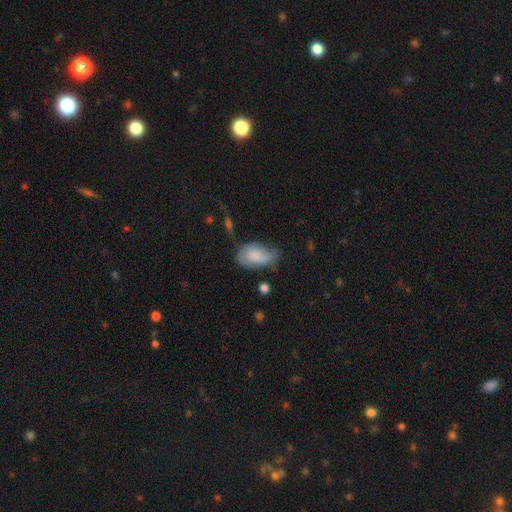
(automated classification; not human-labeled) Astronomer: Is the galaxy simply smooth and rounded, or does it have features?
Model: smooth — 73%.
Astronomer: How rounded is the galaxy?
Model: in between — 91%.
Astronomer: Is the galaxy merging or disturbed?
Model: none — 39% (runner-up: minor disturbance, 38%).